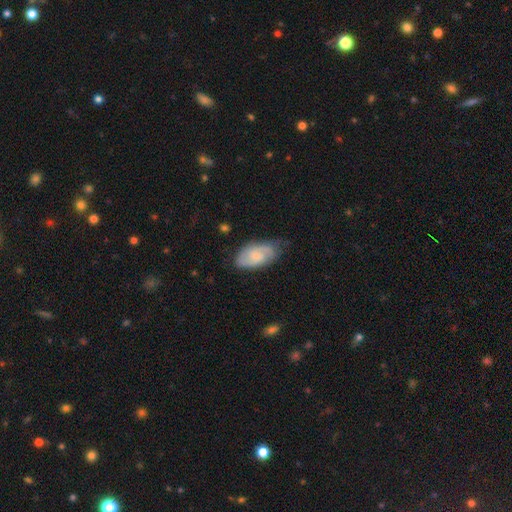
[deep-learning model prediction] featured or disk 54%, smooth 40%, star or artifact 6%. Down the decision tree: edge-on disk — no (95%); bar — no (69%); spiral arms — yes (88%); bulge size — small (59%); merging — none (58%).